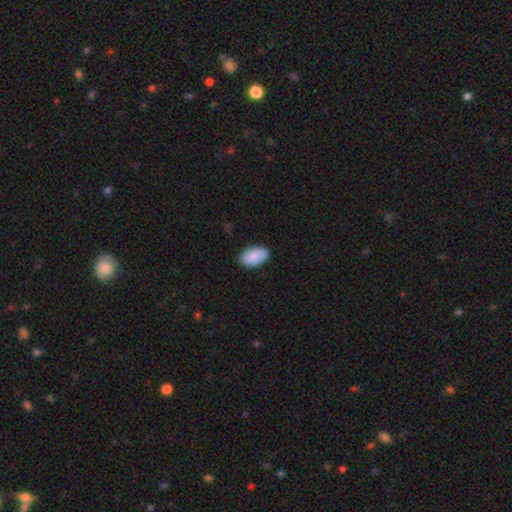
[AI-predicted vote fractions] The model was most divided on "merging": none: 83%, minor disturbance: 13%, major disturbance: 2%, merger: 1%. More confident: how rounded — in between (94%); smooth or featured — smooth (88%).